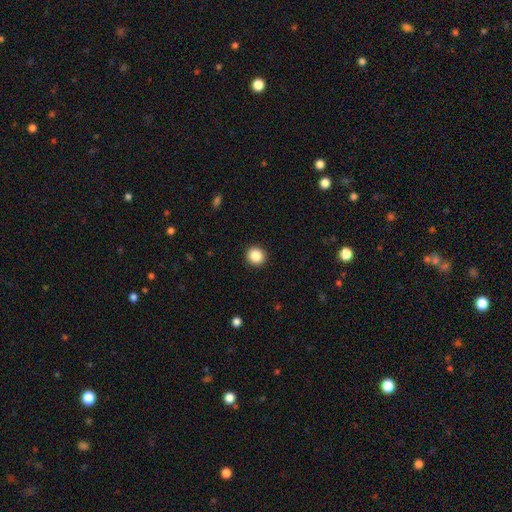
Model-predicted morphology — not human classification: A smooth galaxy with no disk features (87%) that is round (90%).

Vote fractions:
- Smooth or featured? smooth: 87% / star or artifact: 9% / featured or disk: 4%
- How rounded? round: 90% / in between: 9% / cigar-shaped: 1%
- Merging? none: 92% / minor disturbance: 5% / major disturbance: 2% / merger: 1%